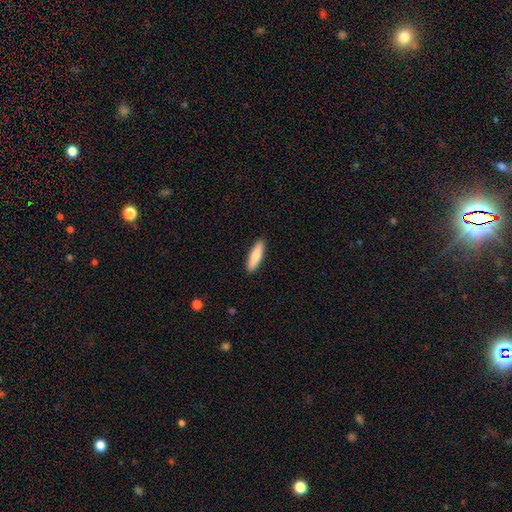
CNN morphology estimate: This appears to be a smooth galaxy with no disk features (81%) that is cigar-shaped (67%). Merging: none (91%).